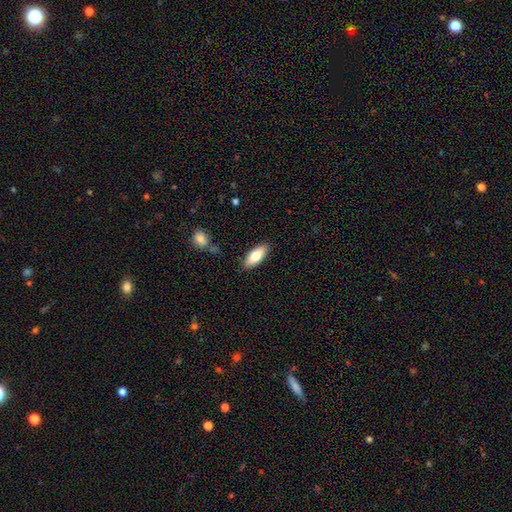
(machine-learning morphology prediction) type=smooth (77%); roundness=in between (77%); merging=none (87%).